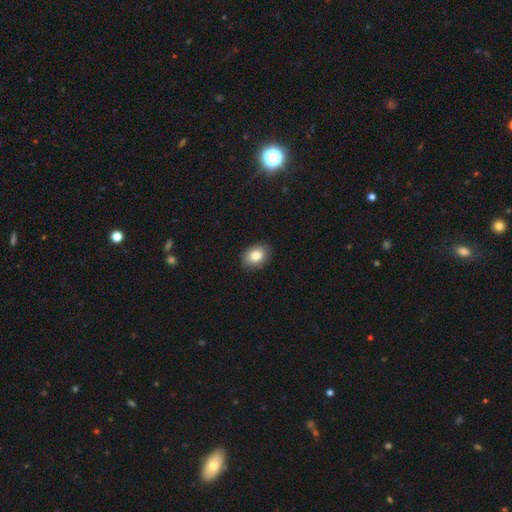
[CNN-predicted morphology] smooth 83%, featured or disk 9%, star or artifact 8%. Down the decision tree: how rounded — in between (72%); merging — none (87%).